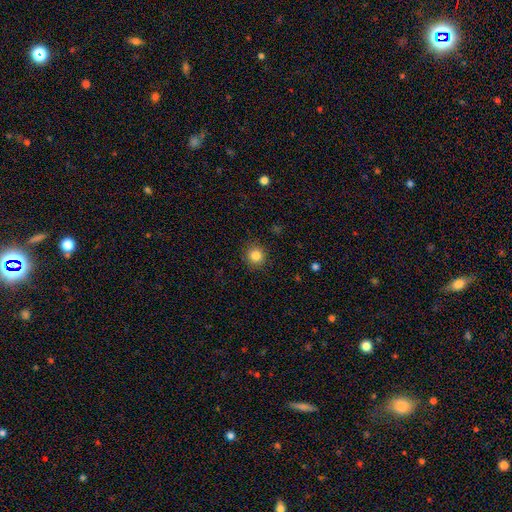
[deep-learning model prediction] A smooth galaxy with no disk features (84%) that is round (91%). Merging: none (89%).